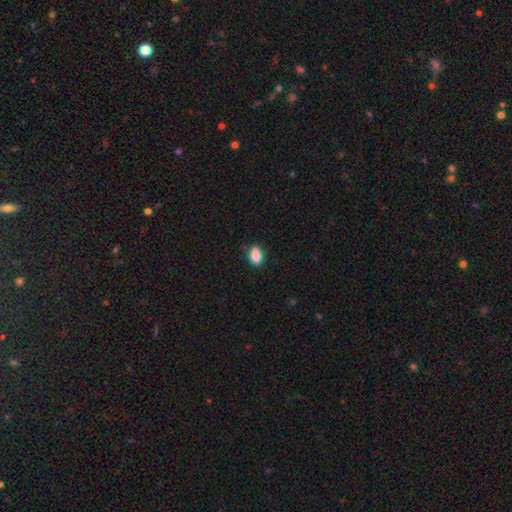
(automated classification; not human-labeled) This appears to be a smooth galaxy with no disk features (89%) that is in between round and cigar-shaped (81%). Merging: none (85%).